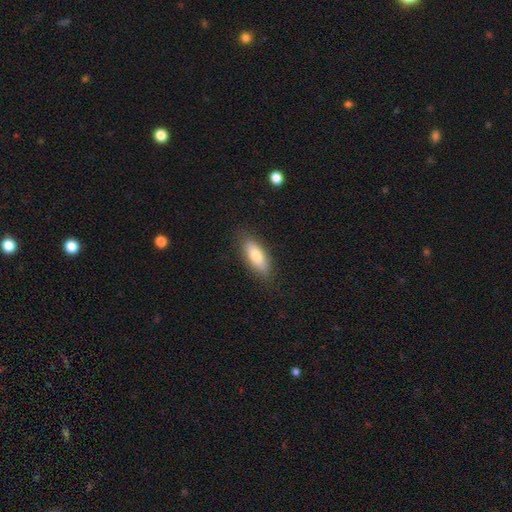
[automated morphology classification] smooth 74%, featured or disk 19%, star or artifact 7%. Down the decision tree: how rounded — in between (69%); merging — none (85%).